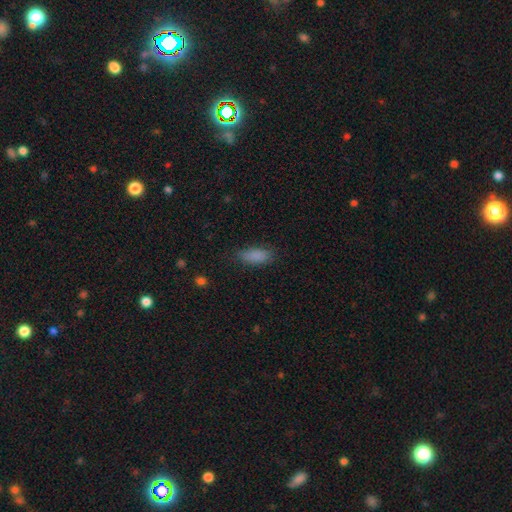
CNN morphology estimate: This appears to be a smooth galaxy with no disk features (85%) that is in between round and cigar-shaped (79%). Merging: none (73%).